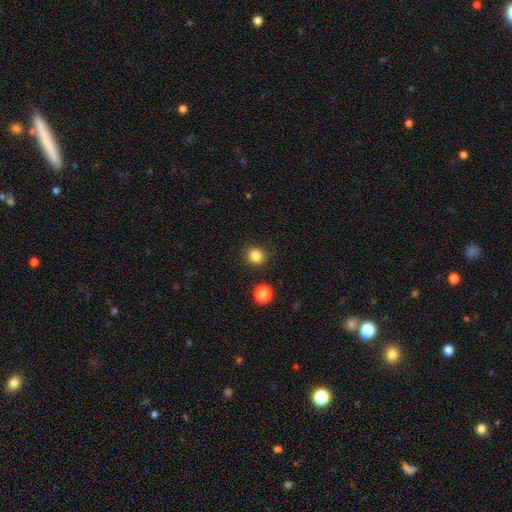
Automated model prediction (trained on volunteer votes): Q: Smooth or featured?
A: smooth (84%); runner-up: star or artifact (12%)
Q: How rounded?
A: round (87%); runner-up: in between (12%)
Q: Merging?
A: none (89%); runner-up: minor disturbance (7%)